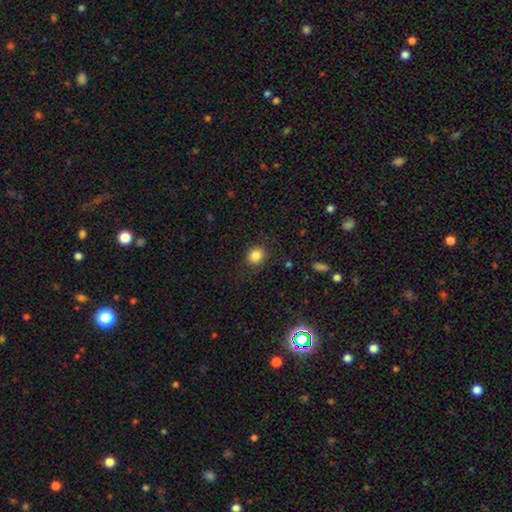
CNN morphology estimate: A smooth galaxy with no disk features (84%) that is round (82%).

Vote fractions:
- Smooth or featured? smooth: 84% / star or artifact: 11% / featured or disk: 5%
- How rounded? round: 82% / in between: 17% / cigar-shaped: 1%
- Merging? none: 87% / minor disturbance: 9% / major disturbance: 3% / merger: 1%